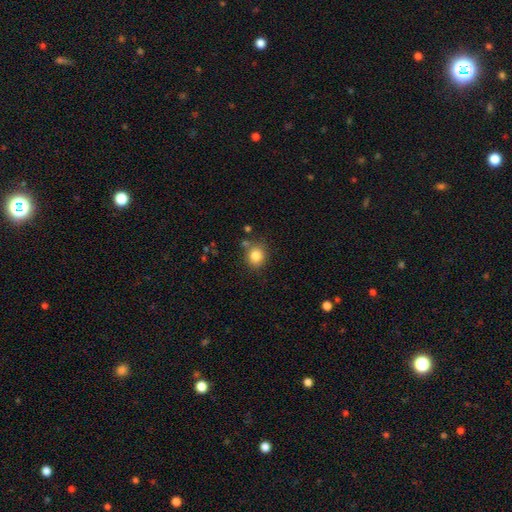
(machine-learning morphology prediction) smooth 83%, star or artifact 11%, featured or disk 7%. Down the decision tree: how rounded — round (77%); merging — none (77%).